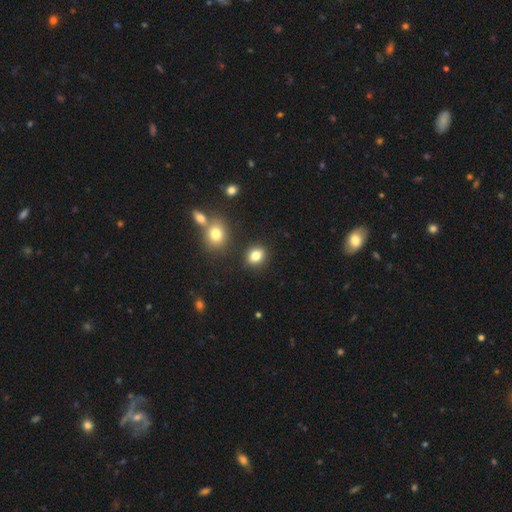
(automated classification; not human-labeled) Smooth or featured?
  - smooth: 81% *
  - star or artifact: 11%
  - featured or disk: 7%
How rounded?
  - in between: 53% *
  - round: 46%
  - cigar-shaped: 2%
Merging?
  - none: 84% *
  - minor disturbance: 9%
  - merger: 5%
  - major disturbance: 3%